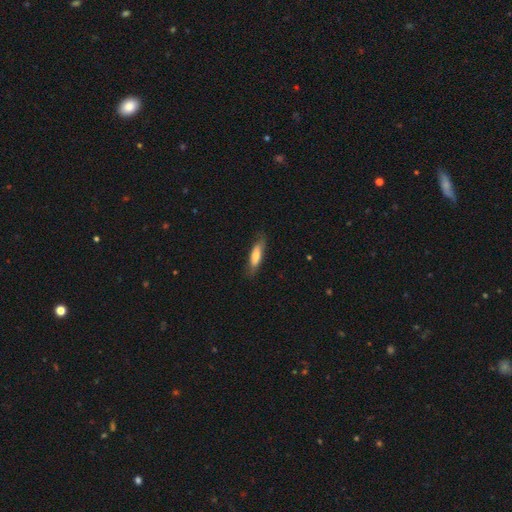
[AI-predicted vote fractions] A smooth galaxy with no disk features (71%) that is cigar-shaped (62%).

Vote fractions:
- Smooth or featured? smooth: 71% / featured or disk: 23% / star or artifact: 6%
- How rounded? cigar-shaped: 62% / in between: 36% / round: 2%
- Merging? none: 77% / minor disturbance: 17% / major disturbance: 4% / merger: 1%